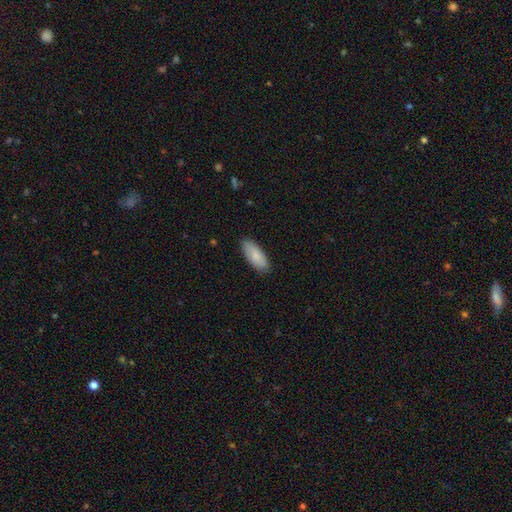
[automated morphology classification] Smooth or featured?
  - smooth: 83% *
  - featured or disk: 11%
  - star or artifact: 6%
How rounded?
  - in between: 81% *
  - cigar-shaped: 17%
  - round: 2%
Merging?
  - none: 84% *
  - minor disturbance: 13%
  - major disturbance: 2%
  - merger: 1%